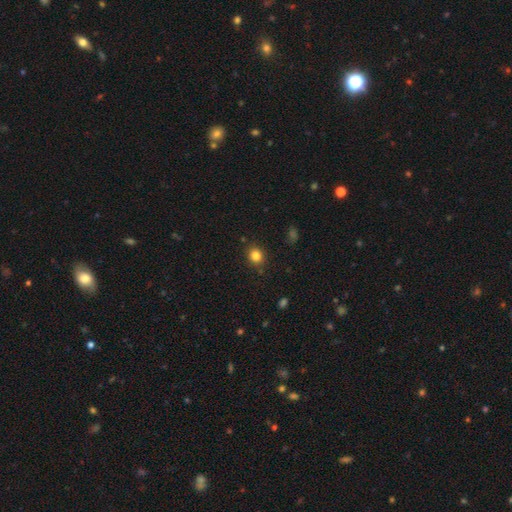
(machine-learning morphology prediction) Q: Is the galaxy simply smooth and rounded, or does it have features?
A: smooth — 83%.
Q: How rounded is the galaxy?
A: round — 70%.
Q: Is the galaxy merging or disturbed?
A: none — 86%.